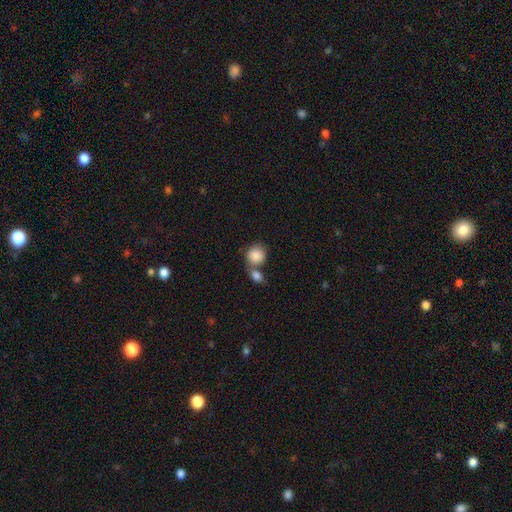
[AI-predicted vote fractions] smooth 87%, star or artifact 7%, featured or disk 6%. Down the decision tree: how rounded — round (77%); merging — merger (47%).